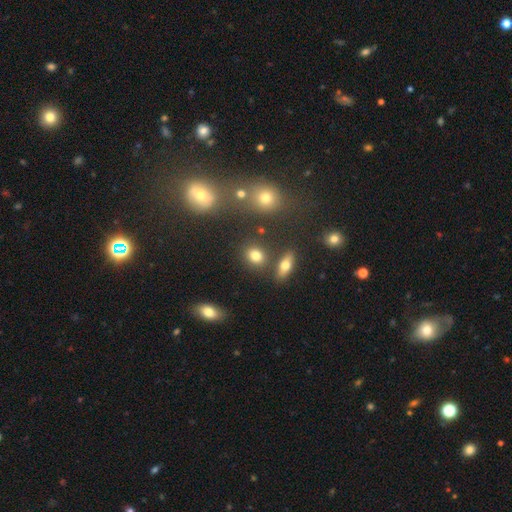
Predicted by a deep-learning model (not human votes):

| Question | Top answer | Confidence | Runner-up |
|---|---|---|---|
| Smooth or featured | smooth | 78% | star or artifact (13%) |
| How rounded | round | 60% | in between (37%) |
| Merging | none | 79% | minor disturbance (10%) |